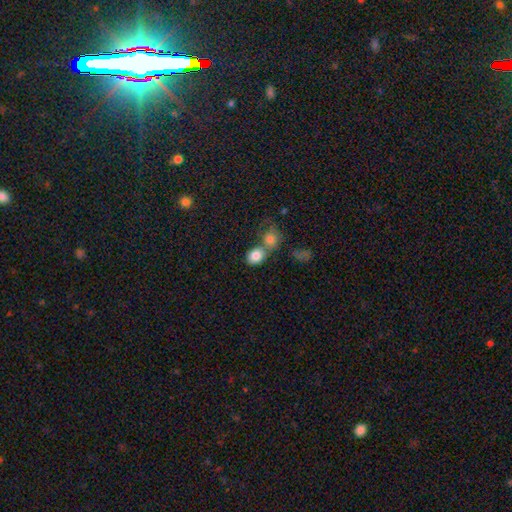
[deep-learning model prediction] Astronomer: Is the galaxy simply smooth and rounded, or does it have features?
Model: smooth — 82%.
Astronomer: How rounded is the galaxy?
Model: round — 50% (runner-up: in between, 49%).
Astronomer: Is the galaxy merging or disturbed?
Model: merger — 44% (runner-up: none, 42%).